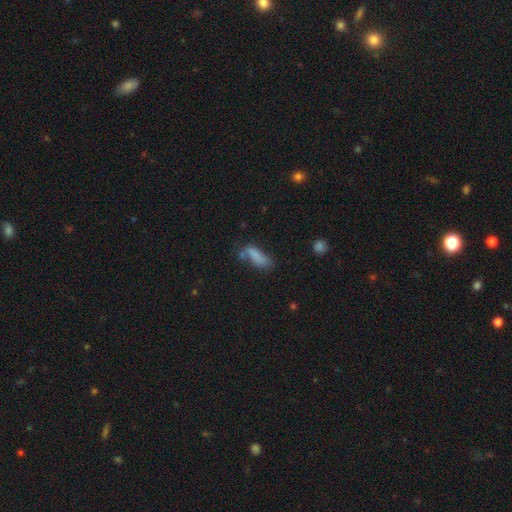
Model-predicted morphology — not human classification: Smooth or featured: smooth — 78% (featured or disk — 12%)
How rounded: in between — 56% (cigar-shaped — 41%)
Merging: none — 48% (minor disturbance — 26%)